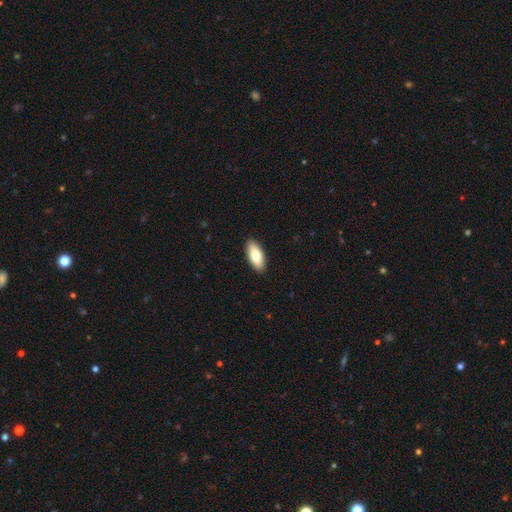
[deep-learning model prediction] This appears to be a smooth galaxy with no disk features (80%) that is in between round and cigar-shaped (84%). Merging: none (90%).